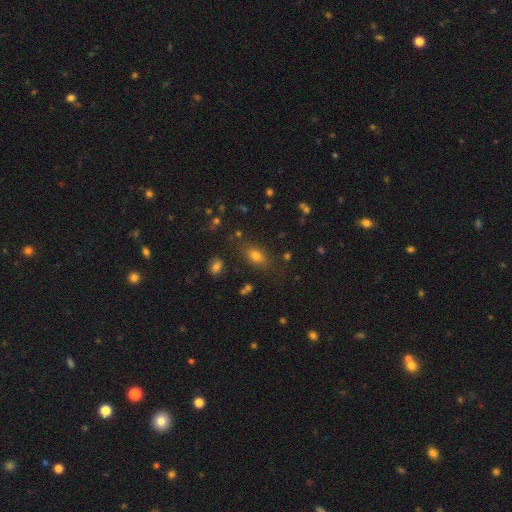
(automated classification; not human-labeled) The model was most divided on "smooth or featured": smooth: 73%, star or artifact: 16%, featured or disk: 11%. More confident: merging — none (78%); how rounded — in between (77%).